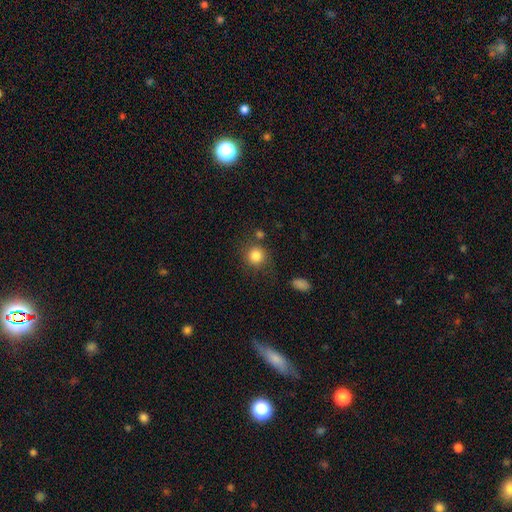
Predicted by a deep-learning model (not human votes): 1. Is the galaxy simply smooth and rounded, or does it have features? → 84% smooth, 10% star or artifact, 6% featured or disk.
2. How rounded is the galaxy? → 90% round, 9% in between, 1% cigar-shaped.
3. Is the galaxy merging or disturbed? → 76% none, 12% minor disturbance, 8% merger, 5% major disturbance.